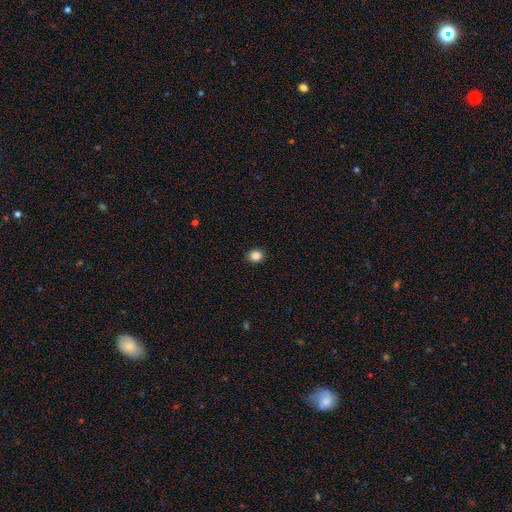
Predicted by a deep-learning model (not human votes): Morphology: type=smooth (86%); roundness=round (74%); merging=none (90%).